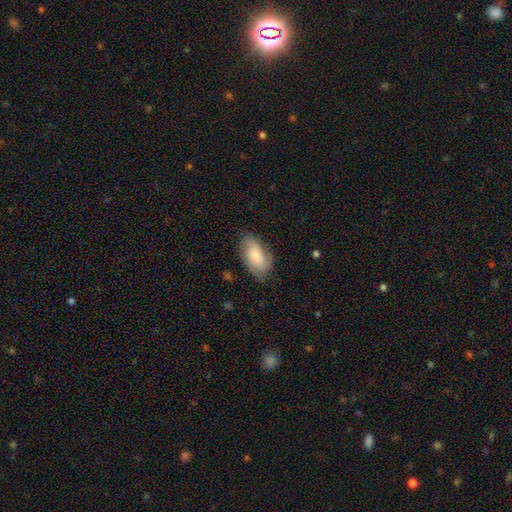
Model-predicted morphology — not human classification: smooth_or_featured: smooth (p=0.74) [alt: featured or disk p=0.20]
how_rounded: in between (p=0.94) [alt: round p=0.03]
merging: none (p=0.73) [alt: minor disturbance p=0.21]